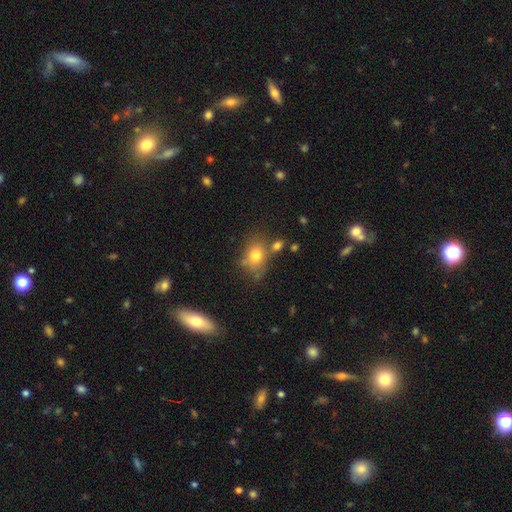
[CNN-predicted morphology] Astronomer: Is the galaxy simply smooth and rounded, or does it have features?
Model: smooth — 75%.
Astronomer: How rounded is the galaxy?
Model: in between — 61% (runner-up: round, 37%).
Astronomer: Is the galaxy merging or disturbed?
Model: none — 57%.